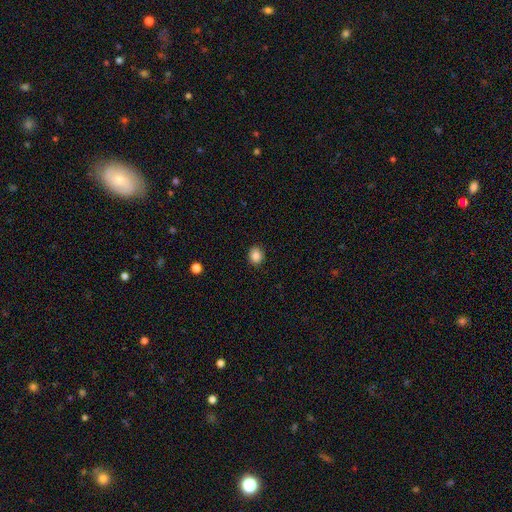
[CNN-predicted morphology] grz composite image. It shows a smooth galaxy with no disk features (87%) that is round (61%). Merging: none (90%).